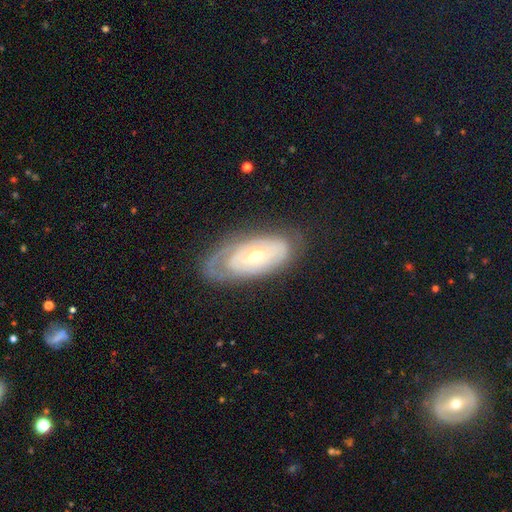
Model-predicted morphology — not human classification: A featured or disk galaxy (73%) with no bar (77%), tight (71%) spiral arms (76%) and a small central bulge (58%).

Vote fractions:
- Smooth or featured? featured or disk: 73% / smooth: 21% / star or artifact: 6%
- Edge-on disk? no: 91% / yes: 9%
- Bar? no: 77% / weak: 18% / strong: 5%
- Spiral arms? yes: 76% / no: 24%
- Spiral winding? tight: 71% / medium: 21% / loose: 8%
- Spiral arm count? can't tell: 49% / 2: 23% / 1: 18% / 3: 6% / 4: 3% / more than 4: 2%
- Bulge size? small: 58% / moderate: 38% / large: 2% / none: 1% / dominant: 1%
- Merging? none: 62% / minor disturbance: 23% / major disturbance: 14% / merger: 2%